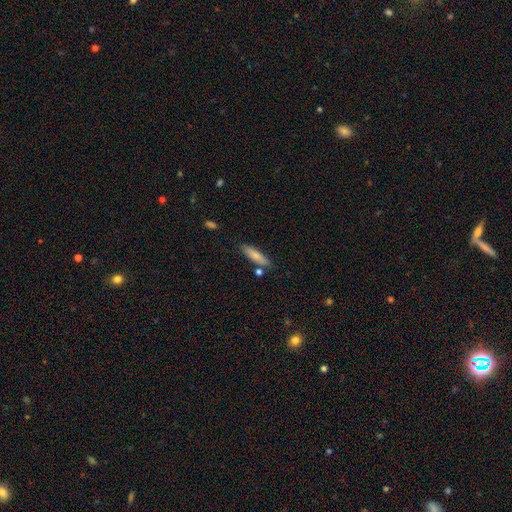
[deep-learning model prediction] Smooth or featured: smooth — 77% (featured or disk — 16%)
How rounded: cigar-shaped — 67% (in between — 31%)
Merging: none — 79% (minor disturbance — 12%)